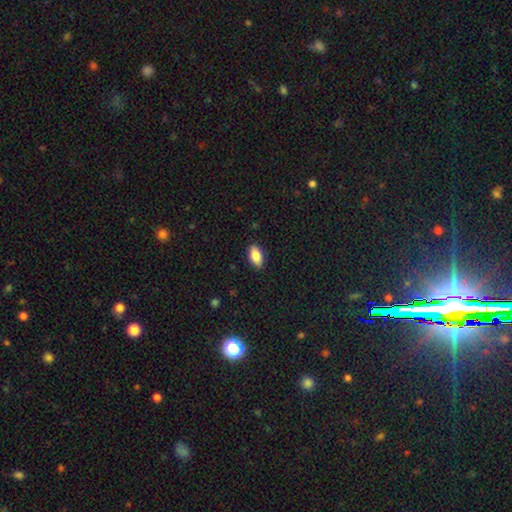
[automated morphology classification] This appears to be a smooth galaxy with no disk features (84%) that is in between round and cigar-shaped (91%). Merging: none (89%).